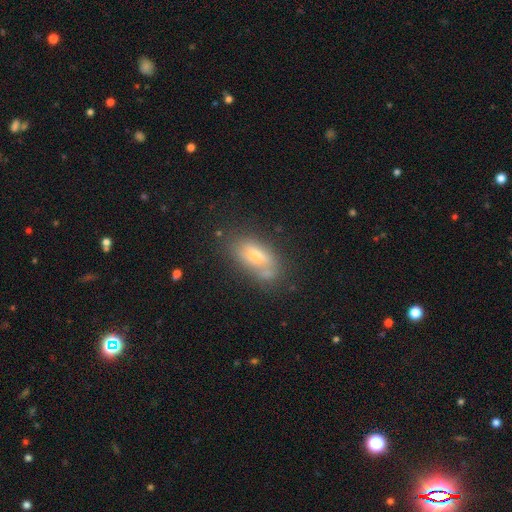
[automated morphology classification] Smooth or featured?
  - smooth: 63% *
  - featured or disk: 27%
  - star or artifact: 10%
How rounded?
  - in between: 84% *
  - cigar-shaped: 10%
  - round: 6%
Merging?
  - none: 53% *
  - minor disturbance: 23%
  - merger: 15%
  - major disturbance: 9%